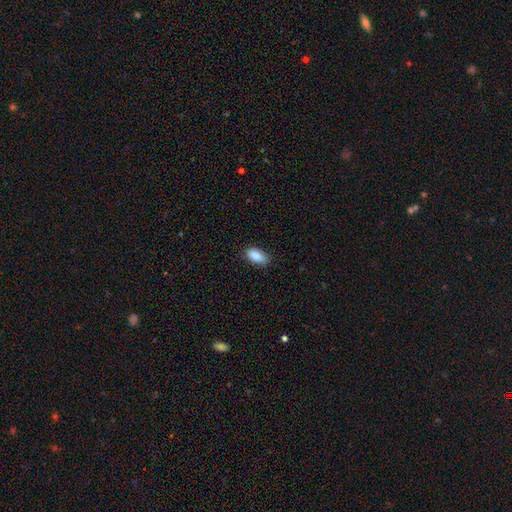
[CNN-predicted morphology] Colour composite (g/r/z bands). It shows a smooth galaxy with no disk features (89%) that is in between round and cigar-shaped (90%). Merging: none (80%).